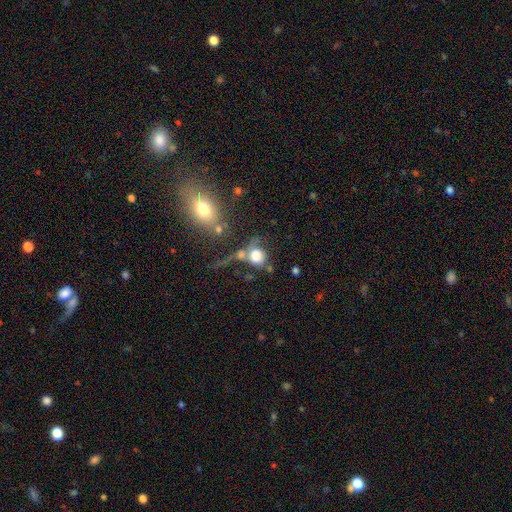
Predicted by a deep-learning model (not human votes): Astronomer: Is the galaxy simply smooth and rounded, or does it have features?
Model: smooth — 71%.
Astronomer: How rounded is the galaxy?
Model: round — 71%.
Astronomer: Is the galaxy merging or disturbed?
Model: merger — 36% (runner-up: none, 32%).